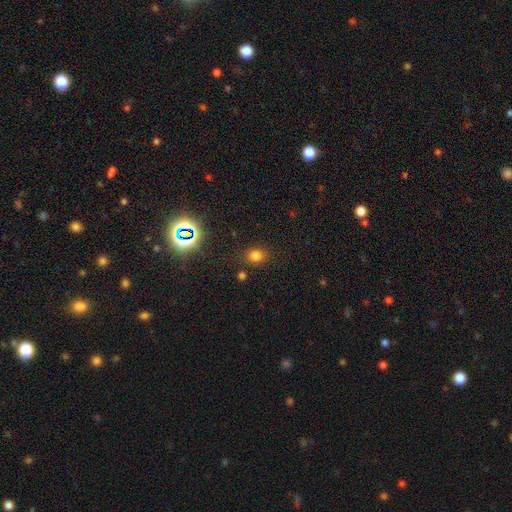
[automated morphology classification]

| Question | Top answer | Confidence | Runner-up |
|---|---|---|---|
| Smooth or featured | smooth | 73% | star or artifact (21%) |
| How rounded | round | 68% | in between (31%) |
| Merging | none | 82% | minor disturbance (10%) |